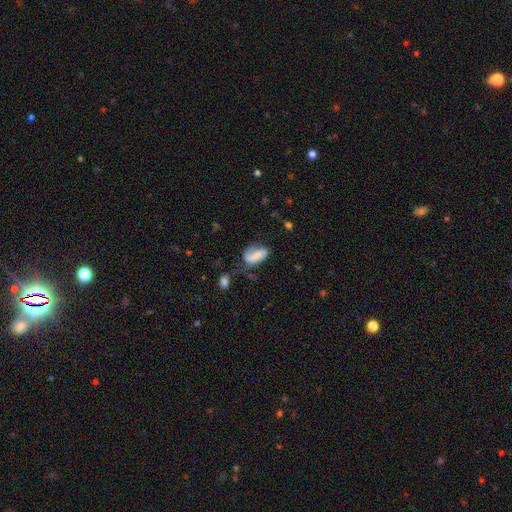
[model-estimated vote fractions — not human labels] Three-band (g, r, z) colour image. It shows a smooth galaxy with no disk features (60%) that is in between round and cigar-shaped (88%). Merging: none (36%).